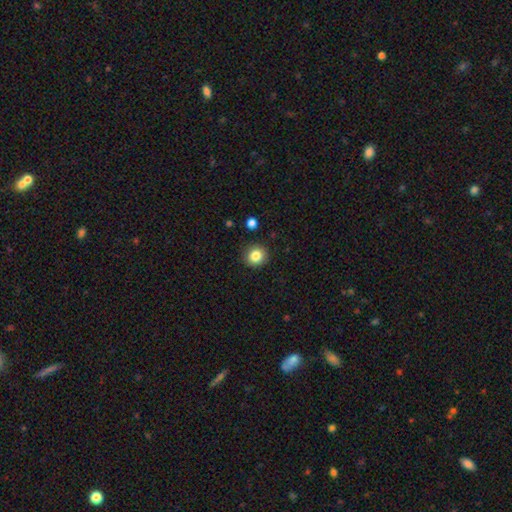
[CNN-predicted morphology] This is clearly a smooth galaxy (84%). How rounded: clearly round (89%). Merging: clearly none (90%).